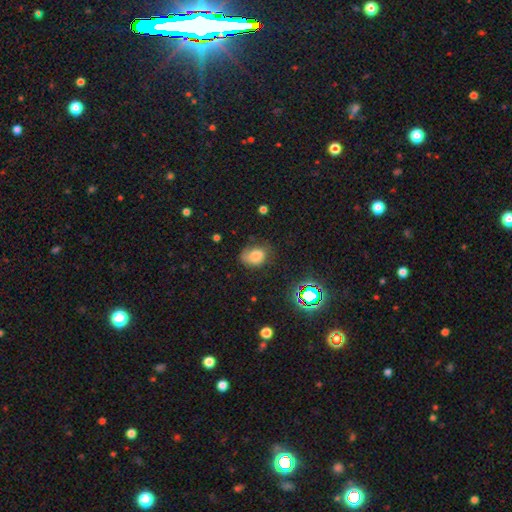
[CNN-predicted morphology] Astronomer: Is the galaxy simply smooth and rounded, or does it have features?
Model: smooth — 69%.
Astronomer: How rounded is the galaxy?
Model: in between — 63%.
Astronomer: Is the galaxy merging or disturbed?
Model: none — 52% (runner-up: minor disturbance, 31%).